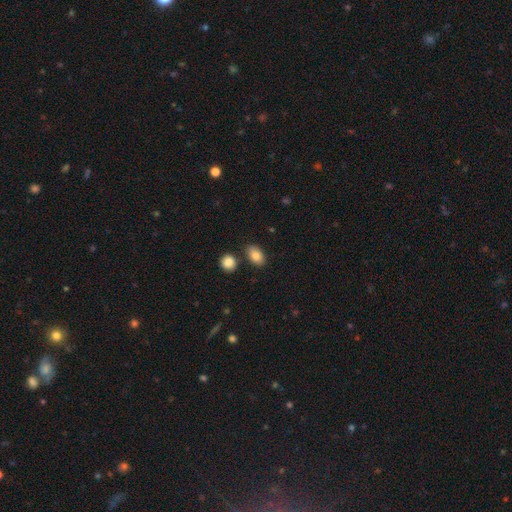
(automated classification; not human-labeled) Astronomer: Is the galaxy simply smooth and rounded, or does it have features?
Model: smooth — 83%.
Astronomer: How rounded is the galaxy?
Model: in between — 86%.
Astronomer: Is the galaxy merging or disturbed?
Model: none — 79%.